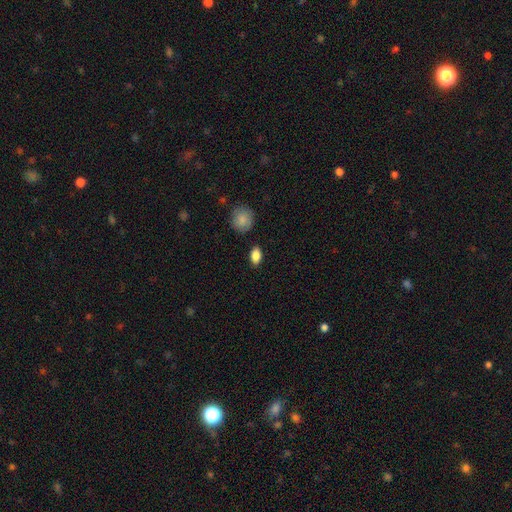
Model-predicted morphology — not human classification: This appears to be a smooth galaxy with no disk features (86%) that is in between round and cigar-shaped (86%). Merging: none (87%).